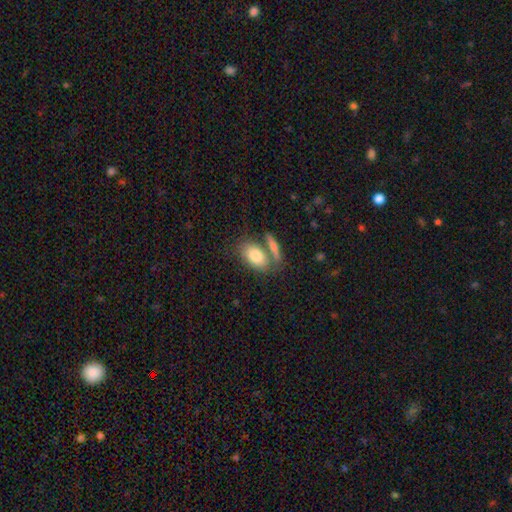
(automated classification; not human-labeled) The model was most divided on "merging": none: 49%, merger: 33%, minor disturbance: 13%, major disturbance: 5%. More confident: how rounded — in between (88%); smooth or featured — smooth (80%).